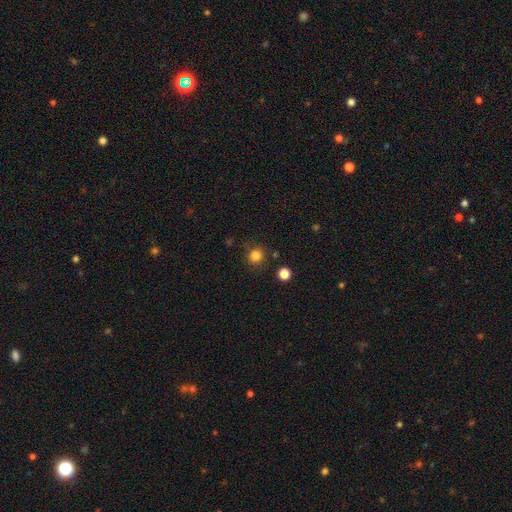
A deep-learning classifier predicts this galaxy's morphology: This appears to be a smooth galaxy with no disk features (83%) that is round (93%). Merging: none (86%).